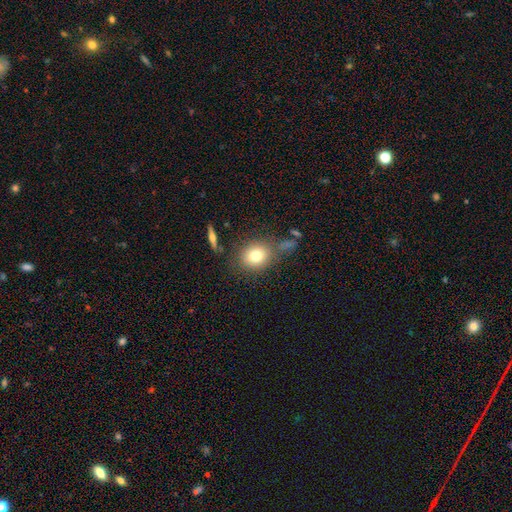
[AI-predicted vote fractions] smooth-or-featured: smooth: 78% | featured or disk: 12% | star or artifact: 10%
  how-rounded: round: 63% | in between: 35% | cigar-shaped: 1%
  merging: none: 72% | minor disturbance: 14% | merger: 8% | major disturbance: 6%